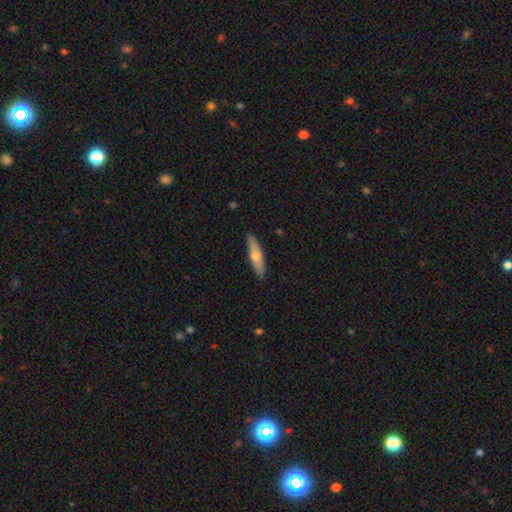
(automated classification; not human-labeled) smooth_or_featured: smooth (p=0.62) [alt: featured or disk p=0.32]
how_rounded: cigar-shaped (p=0.73) [alt: in between p=0.25]
merging: none (p=0.87) [alt: minor disturbance p=0.10]